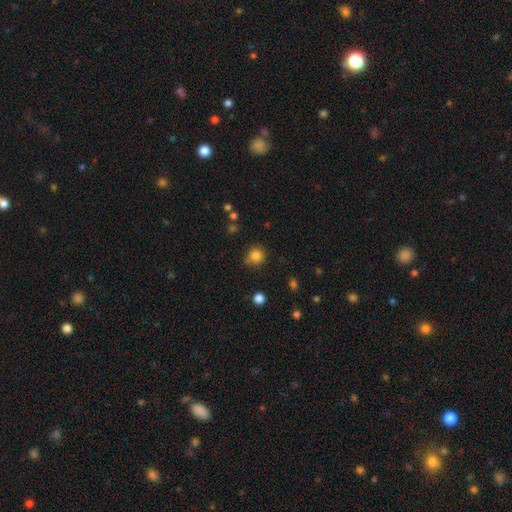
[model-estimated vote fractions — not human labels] Smooth or featured?
  - smooth: 83% *
  - star or artifact: 12%
  - featured or disk: 5%
How rounded?
  - round: 90% *
  - in between: 9%
  - cigar-shaped: 1%
Merging?
  - none: 70% *
  - minor disturbance: 15%
  - merger: 10%
  - major disturbance: 4%